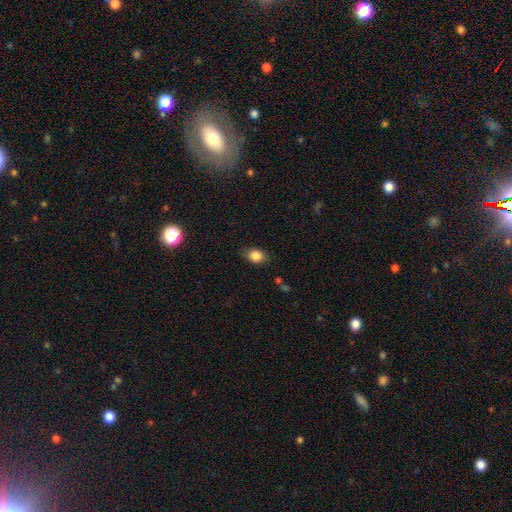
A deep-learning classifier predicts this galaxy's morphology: The model was most divided on "how rounded": in between: 65%, round: 33%, cigar-shaped: 1%. More confident: smooth or featured — smooth (85%); merging — none (77%).